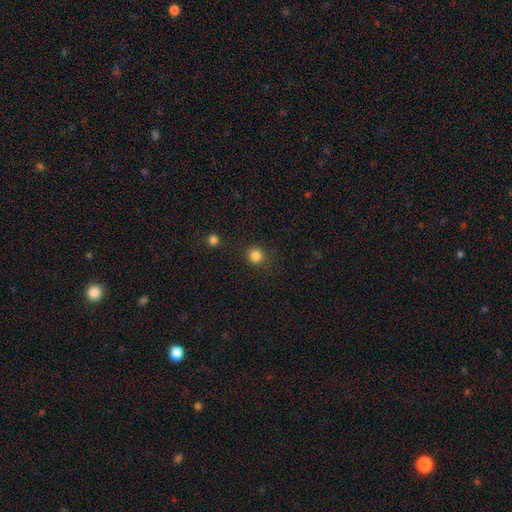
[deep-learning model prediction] Overall: smooth (84%). How rounded: round (92%). Merging: none (88%).